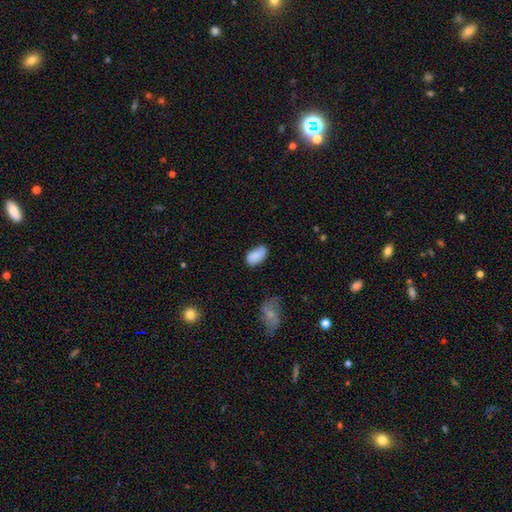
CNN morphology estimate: smooth_or_featured: smooth (p=0.86) [alt: star or artifact p=0.08]
how_rounded: in between (p=0.94) [alt: round p=0.04]
merging: none (p=0.71) [alt: minor disturbance p=0.22]